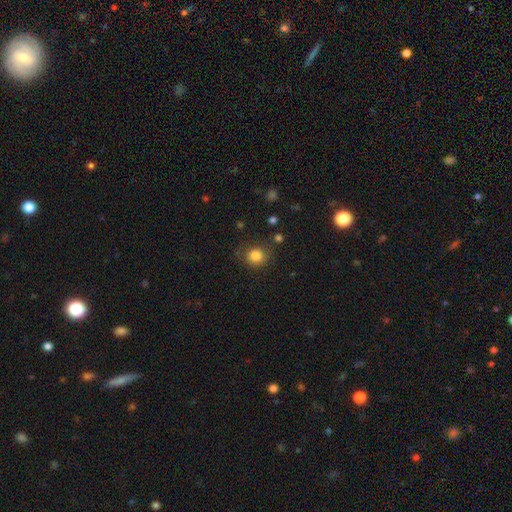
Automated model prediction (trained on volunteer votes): Smooth or featured?
  - smooth: 82% *
  - star or artifact: 12%
  - featured or disk: 6%
How rounded?
  - round: 83% *
  - in between: 16%
  - cigar-shaped: 1%
Merging?
  - none: 81% *
  - minor disturbance: 12%
  - major disturbance: 4%
  - merger: 2%